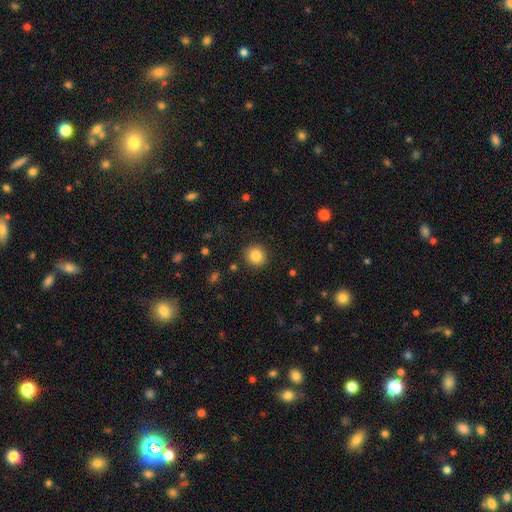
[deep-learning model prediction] Smooth or featured? Predicted: smooth (p=0.85). How rounded? Predicted: round (p=0.91). Merging? Predicted: none (p=0.90).